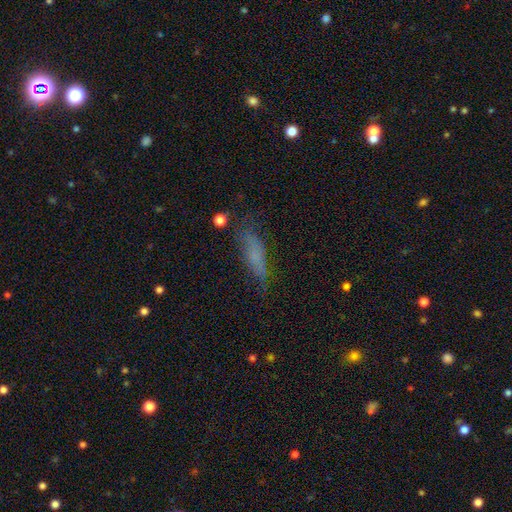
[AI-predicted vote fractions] A smooth galaxy with no disk features (63%) that is cigar-shaped (62%).

Vote fractions:
- Smooth or featured? smooth: 63% / featured or disk: 23% / star or artifact: 14%
- How rounded? cigar-shaped: 62% / in between: 35% / round: 3%
- Merging? none: 66% / minor disturbance: 22% / major disturbance: 9% / merger: 2%